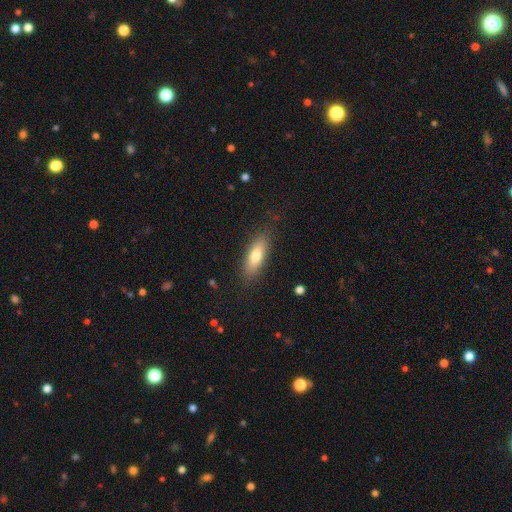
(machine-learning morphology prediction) smooth-or-featured: smooth: 72% | featured or disk: 21% | star or artifact: 7%
  how-rounded: in between: 62% | cigar-shaped: 35% | round: 3%
  merging: none: 85% | minor disturbance: 11% | major disturbance: 3% | merger: 1%